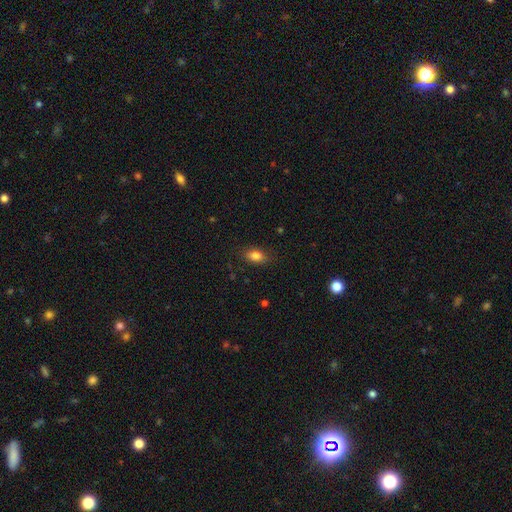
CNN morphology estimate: type=smooth (82%); roundness=in between (85%); merging=none (84%).